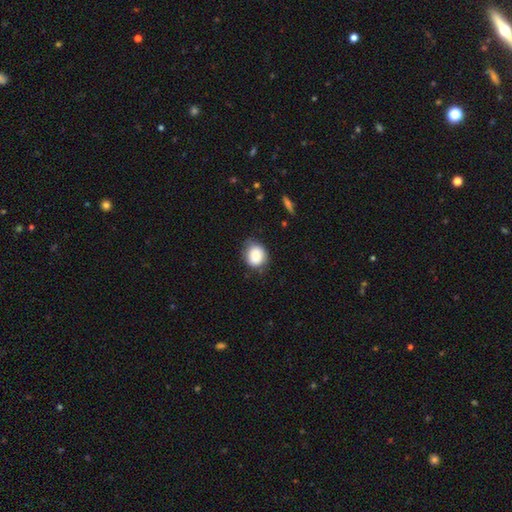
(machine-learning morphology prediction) type=smooth (84%); roundness=round (66%); merging=none (69%).